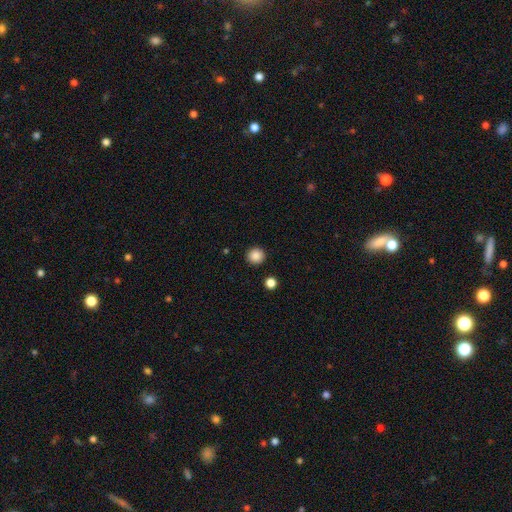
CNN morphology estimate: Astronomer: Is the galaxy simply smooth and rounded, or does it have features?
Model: smooth — 87%.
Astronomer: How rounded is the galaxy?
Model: round — 94%.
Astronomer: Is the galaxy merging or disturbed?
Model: none — 92%.